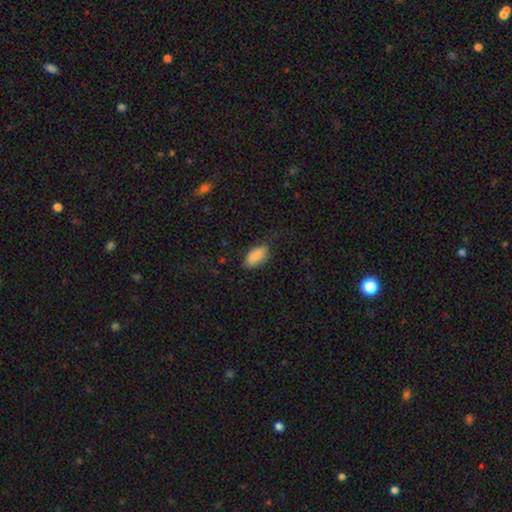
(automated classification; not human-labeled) smooth 86%, star or artifact 7%, featured or disk 7%. Down the decision tree: how rounded — in between (92%); merging — none (64%).